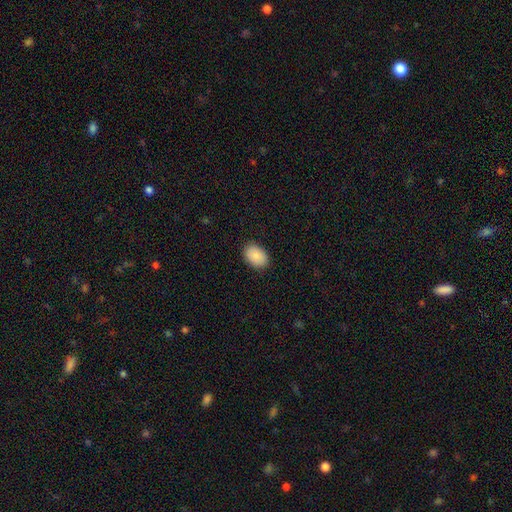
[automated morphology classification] Smooth or featured: smooth — 89% (star or artifact — 7%)
How rounded: in between — 87% (round — 12%)
Merging: none — 89% (minor disturbance — 8%)